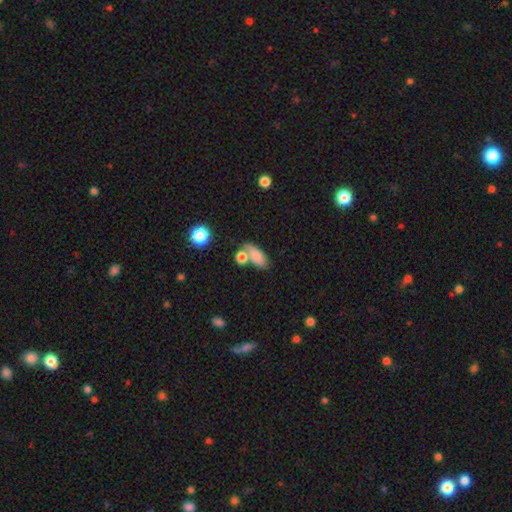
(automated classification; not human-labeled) smooth-or-featured: smooth: 81% | featured or disk: 10% | star or artifact: 9%
  how-rounded: in between: 83% | round: 9% | cigar-shaped: 8%
  merging: none: 49% | merger: 30% | minor disturbance: 15% | major disturbance: 6%